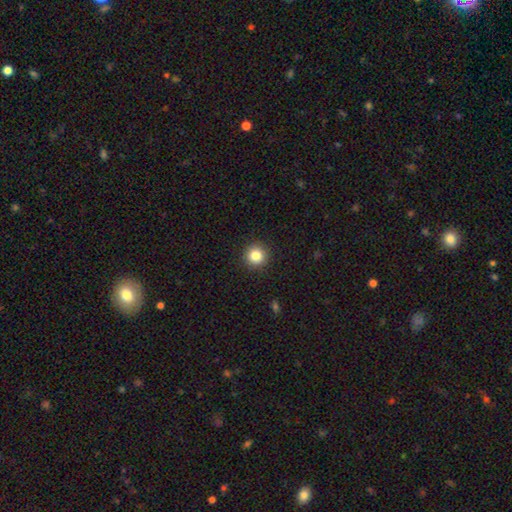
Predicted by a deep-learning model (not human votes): Smooth or featured?
  - smooth: 83% *
  - star or artifact: 11%
  - featured or disk: 6%
How rounded?
  - round: 95% *
  - in between: 4%
  - cigar-shaped: 1%
Merging?
  - none: 92% *
  - minor disturbance: 5%
  - major disturbance: 2%
  - merger: 1%